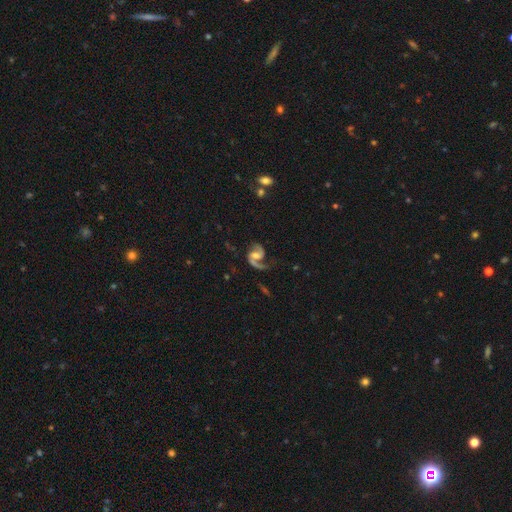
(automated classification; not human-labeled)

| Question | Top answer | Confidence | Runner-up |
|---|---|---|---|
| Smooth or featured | featured or disk | 90% | smooth (5%) |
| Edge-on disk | no | 98% | yes (2%) |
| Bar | weak | 46% | no (36%) |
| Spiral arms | yes | 97% | no (3%) |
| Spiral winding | medium | 53% | loose (35%) |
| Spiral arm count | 2 | 85% | 1 (11%) |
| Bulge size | moderate | 55% | small (29%) |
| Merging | none | 64% | minor disturbance (17%) |